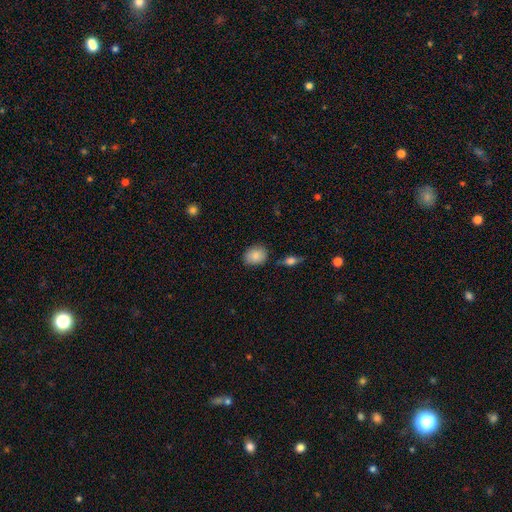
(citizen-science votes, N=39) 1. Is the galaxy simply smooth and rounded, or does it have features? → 90% smooth, 8% featured or disk, 3% star or artifact.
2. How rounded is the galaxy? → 71% round, 29% in between, 0% cigar-shaped.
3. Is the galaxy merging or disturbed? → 82% none, 16% minor disturbance, 3% major disturbance, 0% merger.